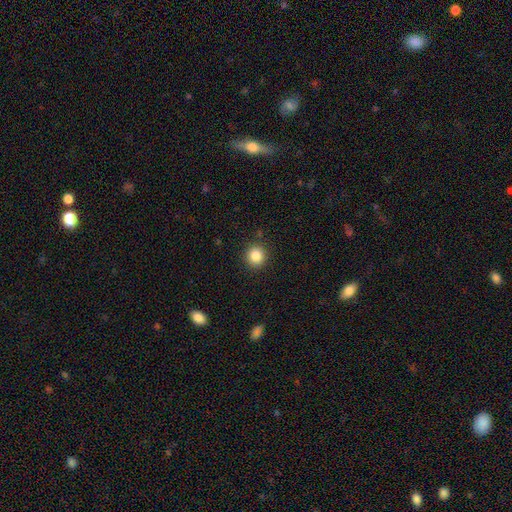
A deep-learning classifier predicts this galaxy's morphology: smooth 85%, star or artifact 10%, featured or disk 4%. Down the decision tree: how rounded — round (90%); merging — none (90%).